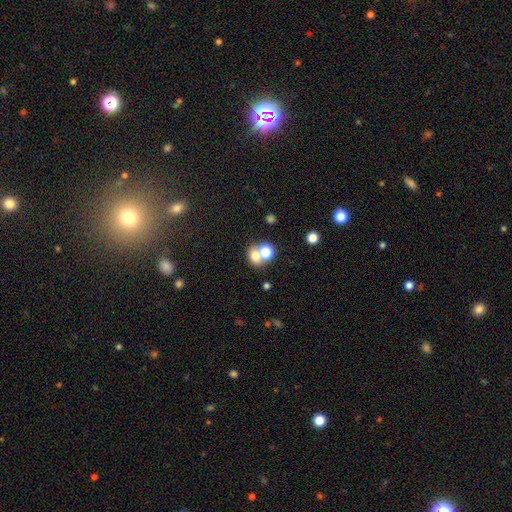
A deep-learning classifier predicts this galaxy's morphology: Q: Smooth or featured?
A: smooth (70%); runner-up: star or artifact (16%)
Q: How rounded?
A: round (59%); runner-up: in between (40%)
Q: Merging?
A: merger (48%); runner-up: none (40%)